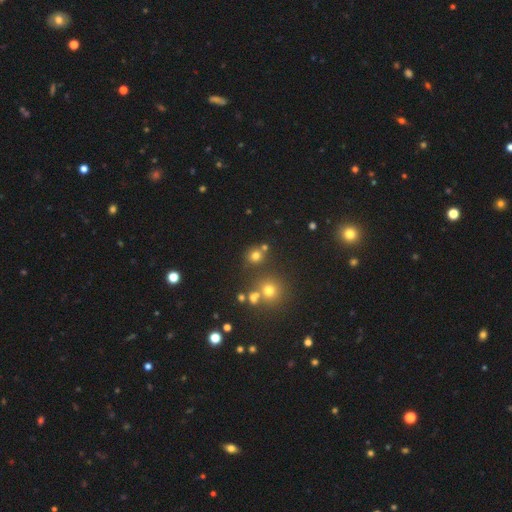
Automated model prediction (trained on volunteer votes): smooth_or_featured: smooth (p=0.70) [alt: star or artifact p=0.21]
how_rounded: round (p=0.87) [alt: in between p=0.12]
merging: none (p=0.70) [alt: merger p=0.17]